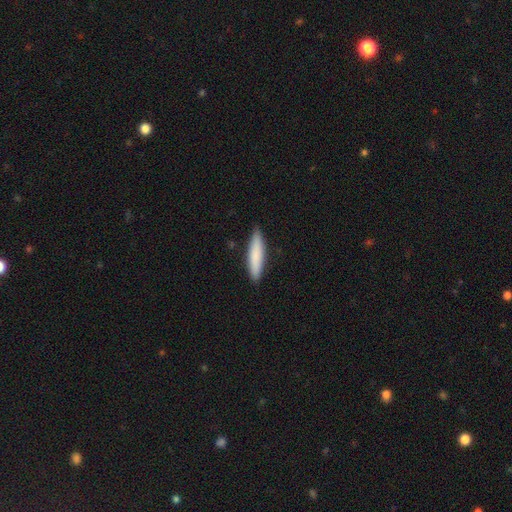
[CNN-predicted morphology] Smooth or featured?
  - smooth: 82% *
  - featured or disk: 13%
  - star or artifact: 5%
How rounded?
  - cigar-shaped: 84% *
  - in between: 15%
  - round: 1%
Merging?
  - none: 88% *
  - minor disturbance: 10%
  - major disturbance: 2%
  - merger: 1%